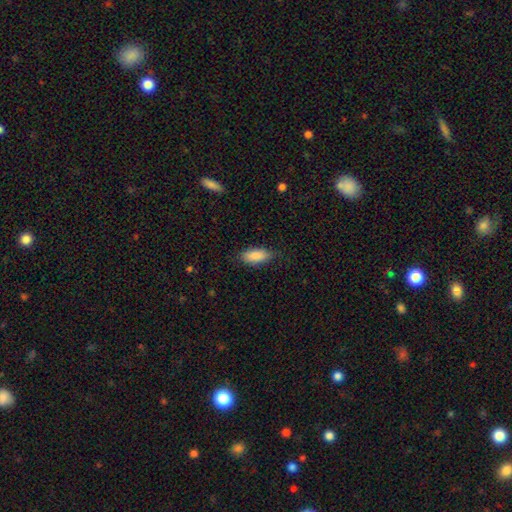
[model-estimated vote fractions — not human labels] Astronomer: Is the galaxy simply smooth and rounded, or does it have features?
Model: smooth — 89%.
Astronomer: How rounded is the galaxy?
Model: in between — 87%.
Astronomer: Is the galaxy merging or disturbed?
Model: none — 79%.